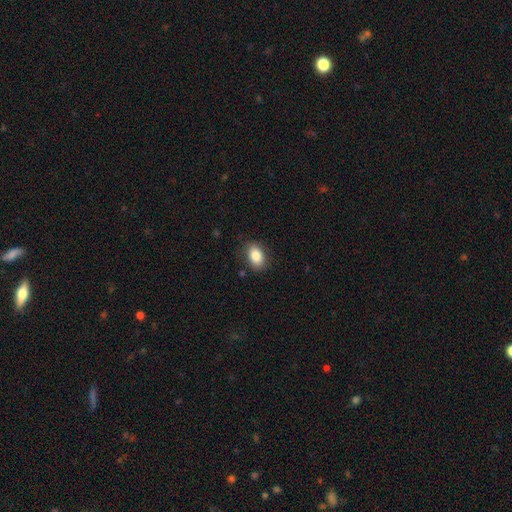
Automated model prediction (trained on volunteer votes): The model was most divided on "how rounded": in between: 84%, round: 15%, cigar-shaped: 1%. More confident: smooth or featured — smooth (85%); merging — none (84%).